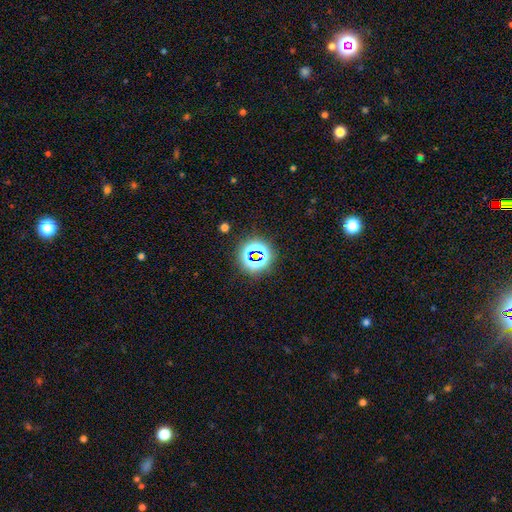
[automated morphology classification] Smooth or featured: star or artifact — 66% (smooth — 24%)